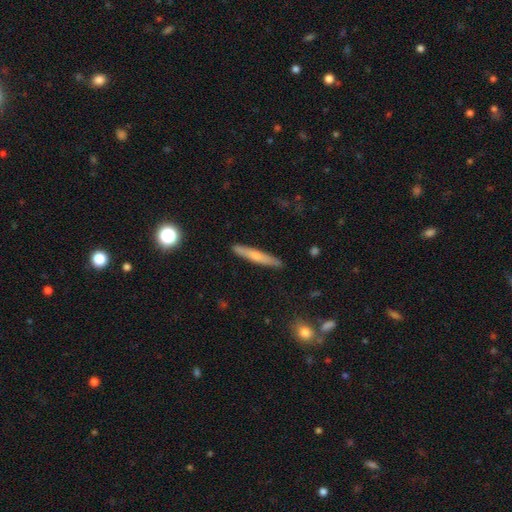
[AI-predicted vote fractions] The model was most divided on "smooth or featured": smooth: 57%, featured or disk: 36%, star or artifact: 7%. More confident: how rounded — cigar-shaped (94%); merging — none (89%).